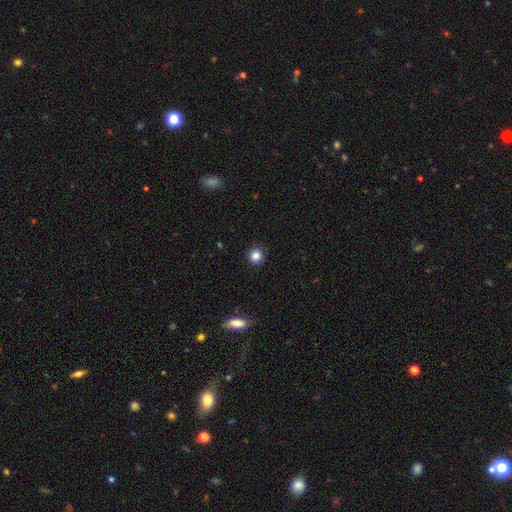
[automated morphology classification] Overall: smooth (85%). How rounded: round (94%). Merging: none (92%).